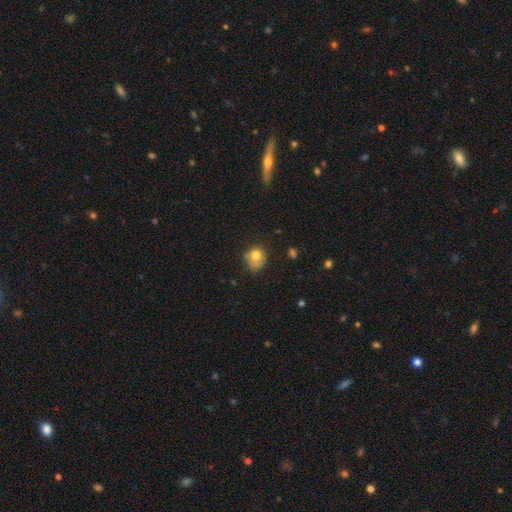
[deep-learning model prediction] A smooth galaxy with no disk features (75%) that is round (70%). Merging: none (47%).